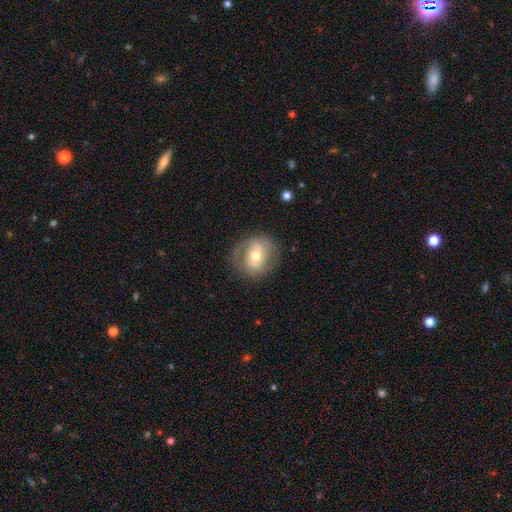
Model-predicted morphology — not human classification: This appears to be a featured or disk galaxy (51%). Merging: none (75%).